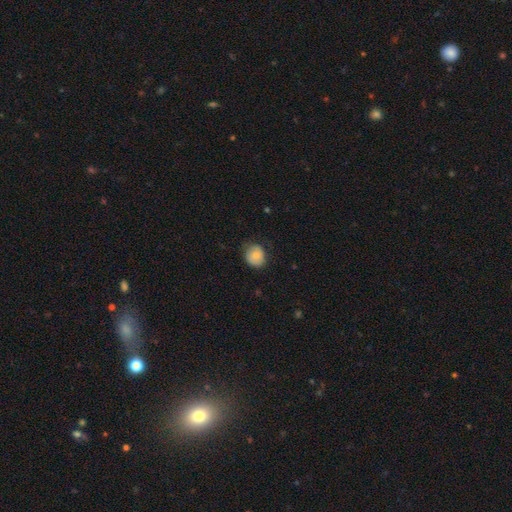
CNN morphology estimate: smooth 71%, featured or disk 21%, star or artifact 8%. Down the decision tree: how rounded — round (72%); merging — none (71%).